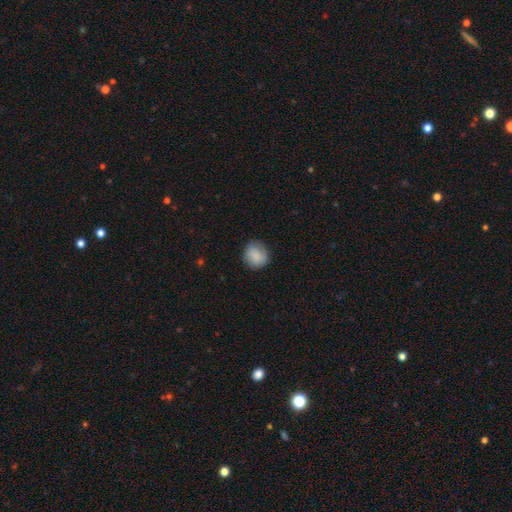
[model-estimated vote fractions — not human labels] Morphology: type=smooth (86%); roundness=round (82%); merging=none (80%).